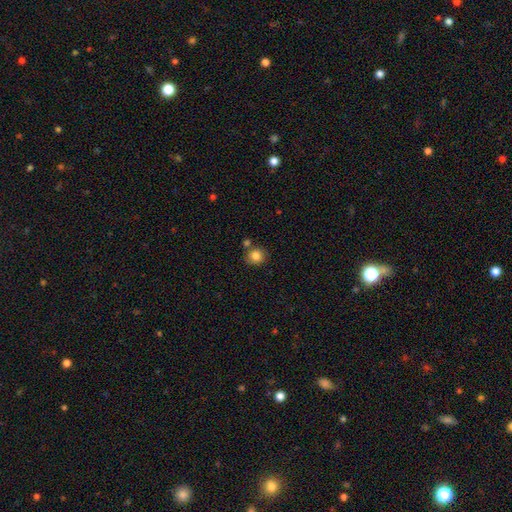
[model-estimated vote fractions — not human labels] smooth-or-featured: smooth: 83% | star or artifact: 10% | featured or disk: 7%
  how-rounded: round: 83% | in between: 16% | cigar-shaped: 1%
  merging: none: 73% | merger: 13% | minor disturbance: 11% | major disturbance: 3%